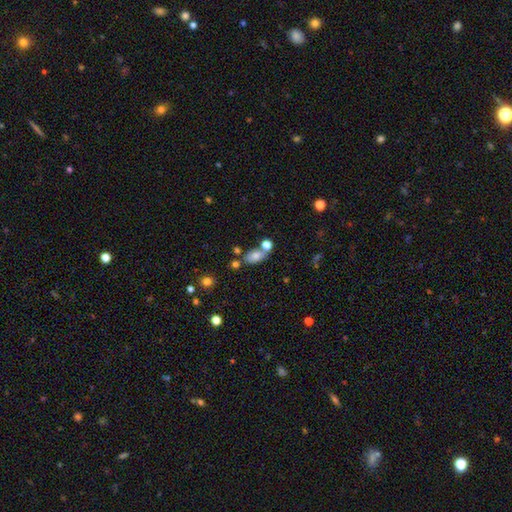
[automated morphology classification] Smooth or featured? smooth (76%)
How rounded? in between (86%)
Merging? none (56%)